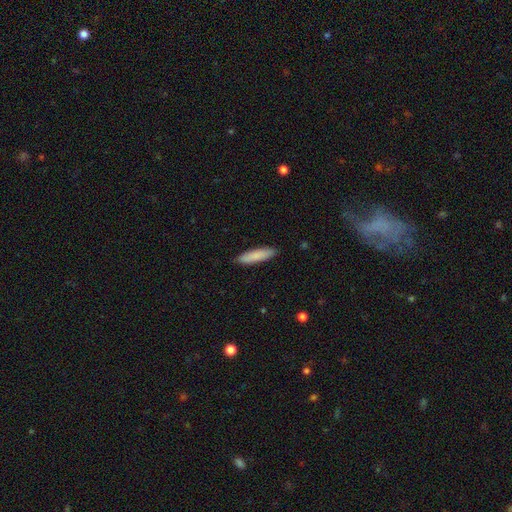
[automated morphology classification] A smooth galaxy with no disk features (85%) that is cigar-shaped (76%). Merging: none (89%).